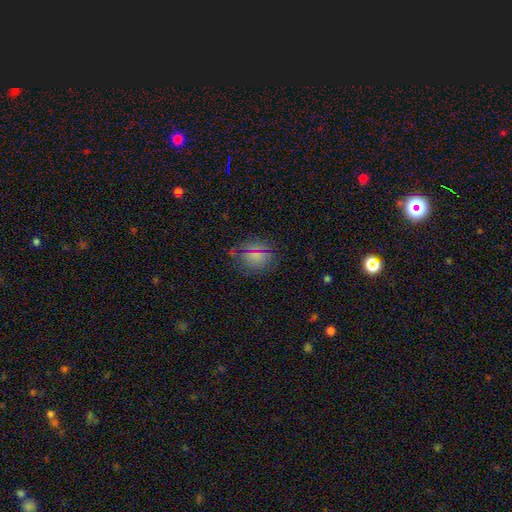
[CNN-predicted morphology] Q: Smooth or featured?
A: smooth (69%); runner-up: star or artifact (23%)
Q: How rounded?
A: round (64%); runner-up: in between (34%)
Q: Merging?
A: none (80%); runner-up: minor disturbance (14%)